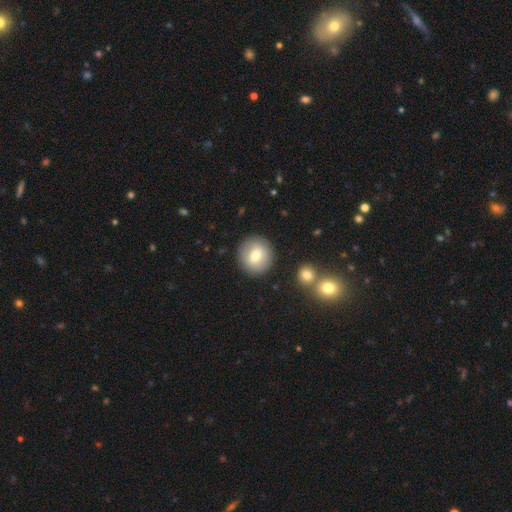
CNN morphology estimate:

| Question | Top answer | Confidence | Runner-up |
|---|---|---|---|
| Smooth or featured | smooth | 73% | featured or disk (20%) |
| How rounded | round | 92% | in between (7%) |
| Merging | none | 88% | minor disturbance (7%) |